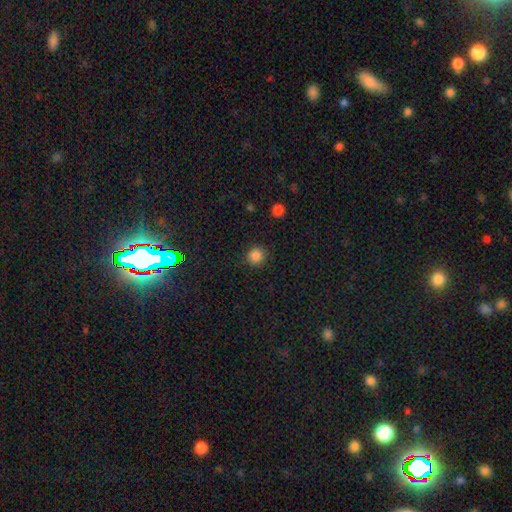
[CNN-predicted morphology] smooth-or-featured: smooth: 85% | star or artifact: 12% | featured or disk: 3%
  how-rounded: round: 93% | in between: 6% | cigar-shaped: 1%
  merging: none: 89% | minor disturbance: 7% | major disturbance: 3% | merger: 1%